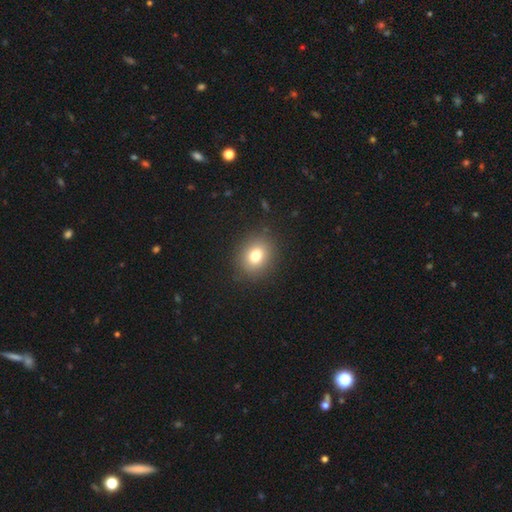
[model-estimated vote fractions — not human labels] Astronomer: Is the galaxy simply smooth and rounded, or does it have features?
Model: smooth — 78%.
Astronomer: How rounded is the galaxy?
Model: round — 65%.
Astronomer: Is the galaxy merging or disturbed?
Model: none — 88%.